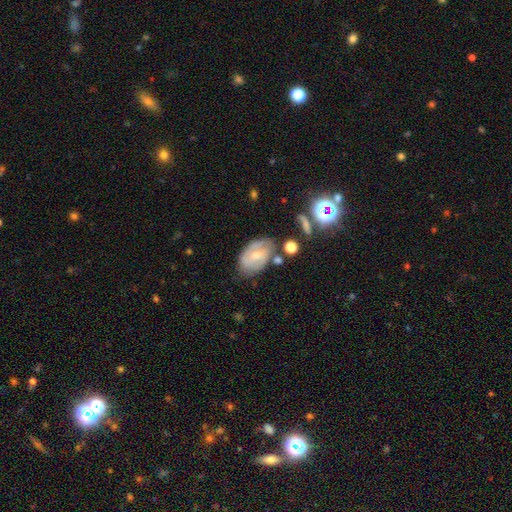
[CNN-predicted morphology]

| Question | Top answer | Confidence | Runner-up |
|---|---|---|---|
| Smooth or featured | smooth | 46% | featured or disk (45%) |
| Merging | none | 61% | minor disturbance (25%) |